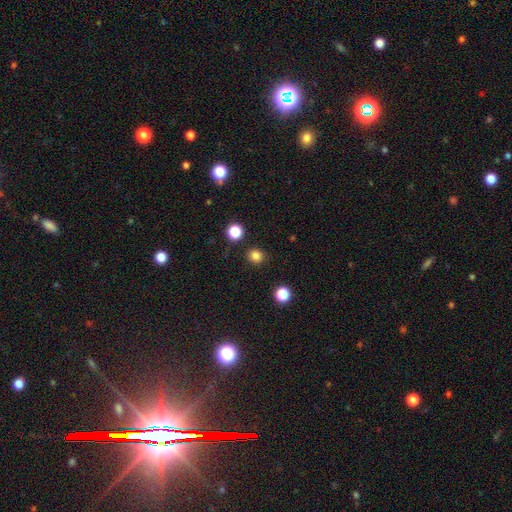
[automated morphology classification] smooth-or-featured: smooth: 83% | star or artifact: 14% | featured or disk: 4%
  how-rounded: round: 89% | in between: 10% | cigar-shaped: 1%
  merging: none: 90% | minor disturbance: 6% | major disturbance: 2% | merger: 2%